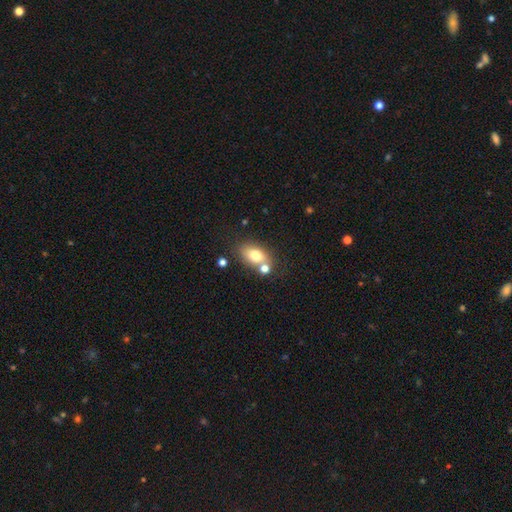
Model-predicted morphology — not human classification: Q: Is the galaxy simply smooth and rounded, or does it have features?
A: smooth — 76%.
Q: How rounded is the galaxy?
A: in between — 83%.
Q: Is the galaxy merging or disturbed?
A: none — 60%.